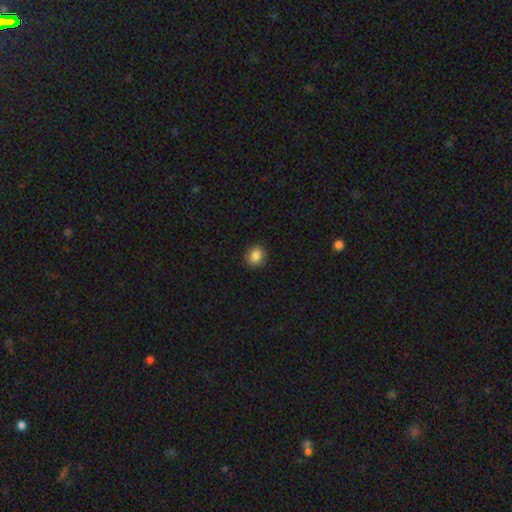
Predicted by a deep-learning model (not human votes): Overall: smooth (86%). How rounded: round (74%). Merging: none (90%).